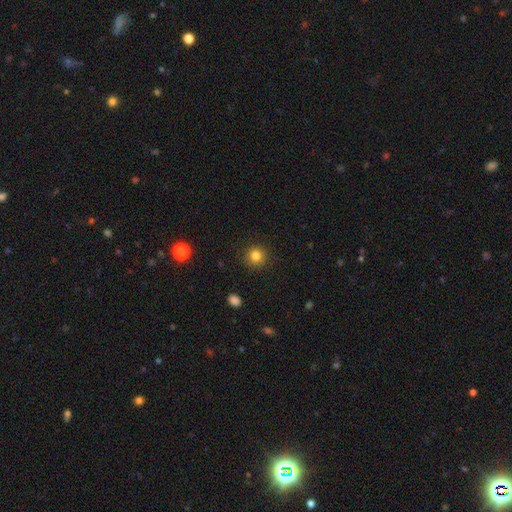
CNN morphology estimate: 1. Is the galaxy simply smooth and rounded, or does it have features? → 83% smooth, 12% star or artifact, 5% featured or disk.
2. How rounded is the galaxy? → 92% round, 7% in between, 1% cigar-shaped.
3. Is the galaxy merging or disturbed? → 90% none, 7% minor disturbance, 2% major disturbance, 1% merger.